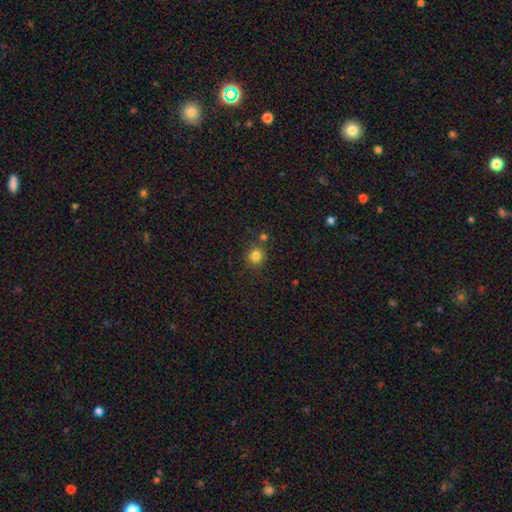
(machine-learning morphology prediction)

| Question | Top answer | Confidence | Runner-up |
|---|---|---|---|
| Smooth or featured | smooth | 82% | star or artifact (13%) |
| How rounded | round | 89% | in between (10%) |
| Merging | none | 79% | merger (9%) |